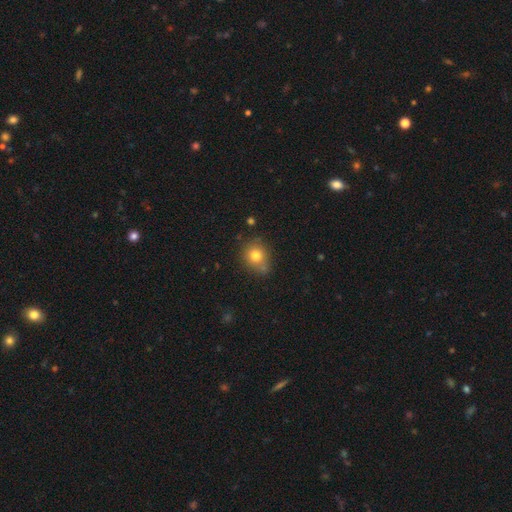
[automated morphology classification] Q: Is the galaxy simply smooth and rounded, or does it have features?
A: smooth — 78%.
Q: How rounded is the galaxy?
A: round — 73%.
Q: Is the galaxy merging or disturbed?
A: none — 64%.